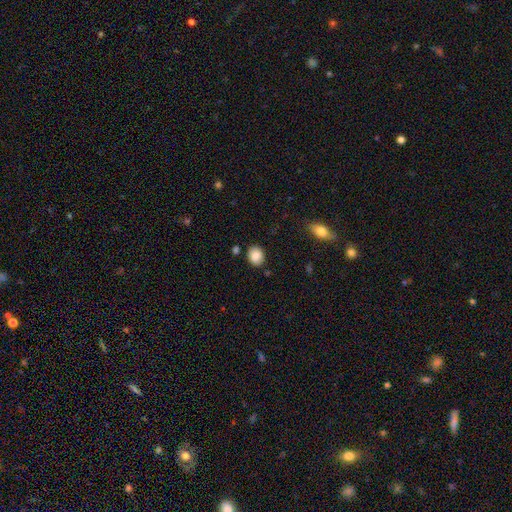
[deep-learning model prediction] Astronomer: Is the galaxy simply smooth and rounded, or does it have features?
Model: smooth — 87%.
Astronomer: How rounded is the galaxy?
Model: round — 52% (runner-up: in between, 47%).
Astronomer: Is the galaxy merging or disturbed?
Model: none — 85%.